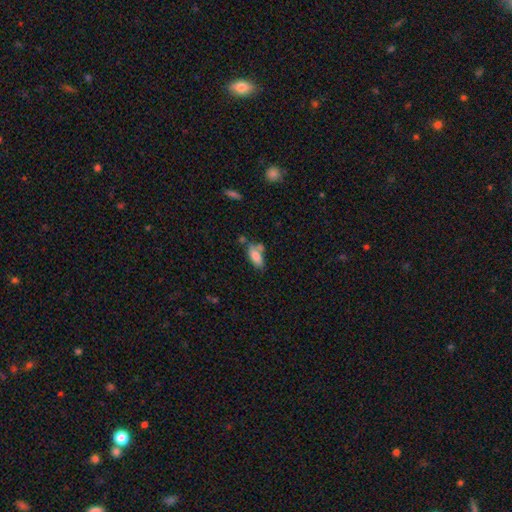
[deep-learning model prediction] Smooth or featured: smooth — 80% (featured or disk — 11%)
How rounded: in between — 85% (cigar-shaped — 12%)
Merging: none — 47% (merger — 24%)